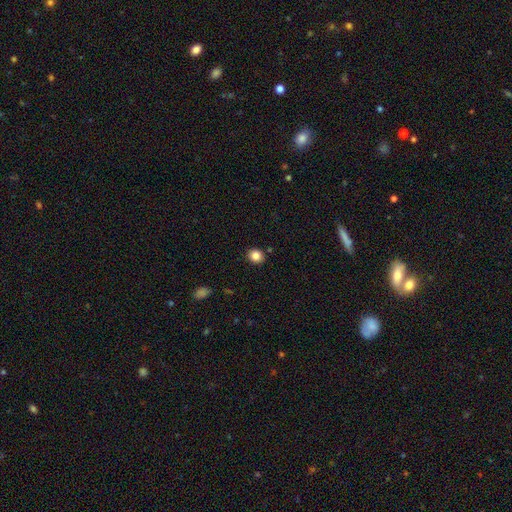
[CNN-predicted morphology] Q: Smooth or featured?
A: smooth (84%); runner-up: star or artifact (10%)
Q: How rounded?
A: round (74%); runner-up: in between (25%)
Q: Merging?
A: none (88%); runner-up: minor disturbance (7%)